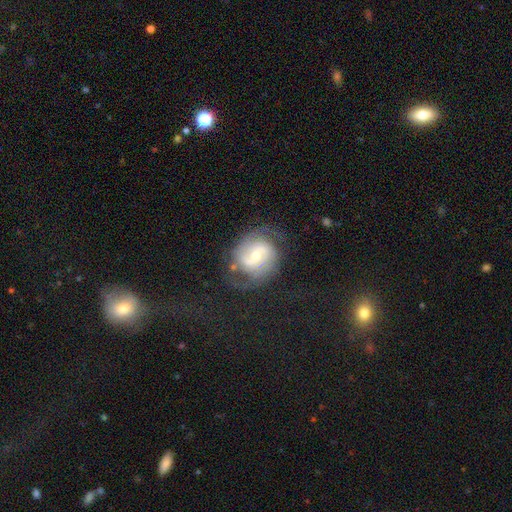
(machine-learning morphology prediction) Q: Smooth or featured?
A: featured or disk (80%); runner-up: smooth (13%)
Q: Edge-on disk?
A: no (97%); runner-up: yes (3%)
Q: Bar?
A: weak (51%); runner-up: no (32%)
Q: Spiral arms?
A: yes (93%); runner-up: no (7%)
Q: Spiral winding?
A: tight (43%); runner-up: medium (42%)
Q: Spiral arm count?
A: 2 (71%); runner-up: can't tell (15%)
Q: Bulge size?
A: moderate (53%); runner-up: small (41%)
Q: Merging?
A: none (66%); runner-up: minor disturbance (19%)